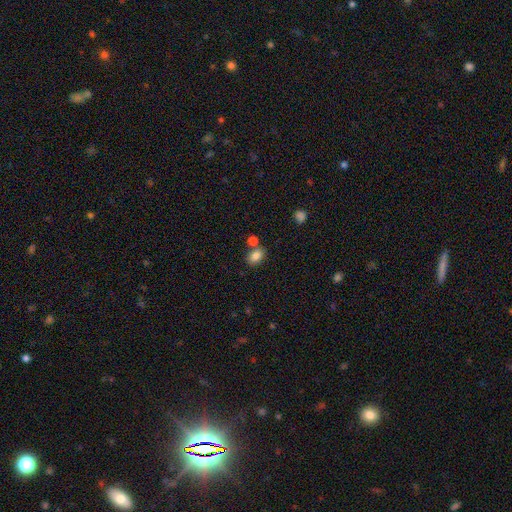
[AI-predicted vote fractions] The model was most divided on "merging": none: 63%, merger: 21%, minor disturbance: 12%, major disturbance: 4%. More confident: smooth or featured — smooth (84%); how rounded — in between (73%).